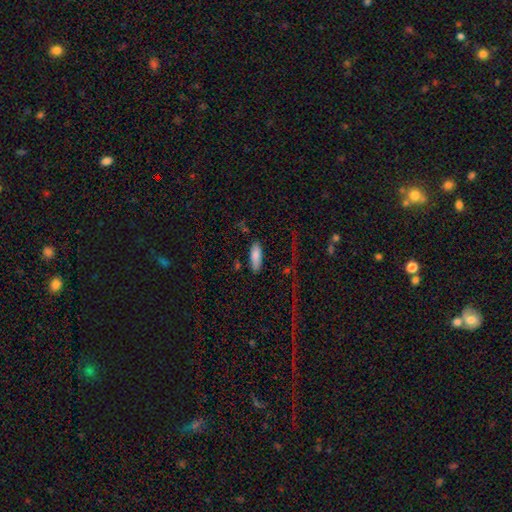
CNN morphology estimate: The model was most divided on "how rounded": in between: 67%, cigar-shaped: 31%, round: 2%. More confident: smooth or featured — smooth (81%); merging — none (76%).